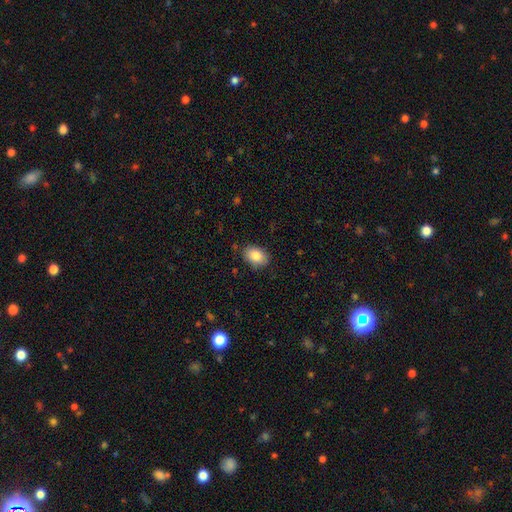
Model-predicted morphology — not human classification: Smooth or featured? smooth (86%)
How rounded? in between (82%)
Merging? none (85%)